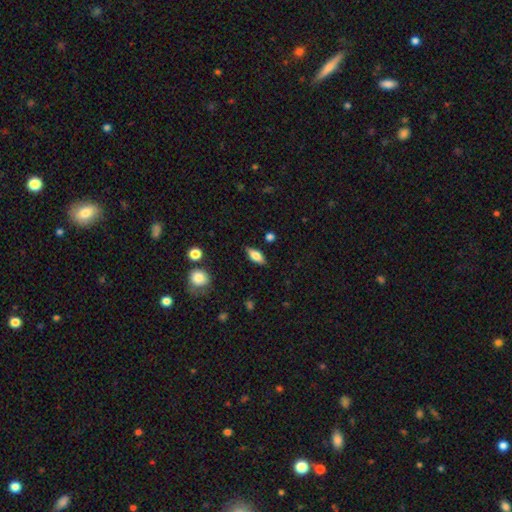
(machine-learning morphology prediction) Smooth or featured?
  - smooth: 70% *
  - featured or disk: 23%
  - star or artifact: 8%
How rounded?
  - in between: 80% *
  - cigar-shaped: 16%
  - round: 4%
Merging?
  - none: 83% *
  - minor disturbance: 12%
  - major disturbance: 3%
  - merger: 2%